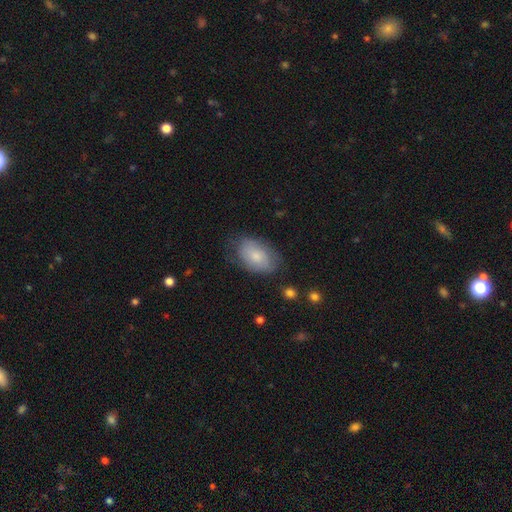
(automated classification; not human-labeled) smooth-or-featured: smooth: 72% | featured or disk: 22% | star or artifact: 7%
  how-rounded: in between: 90% | round: 9% | cigar-shaped: 1%
  merging: none: 68% | minor disturbance: 23% | major disturbance: 7% | merger: 2%